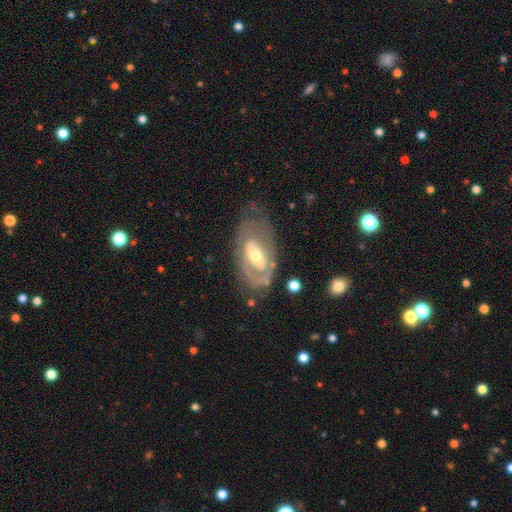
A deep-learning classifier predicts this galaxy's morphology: smooth-or-featured: featured or disk: 78% | smooth: 16% | star or artifact: 5%
  disk-edge-on: no: 93% | yes: 7%
    bar: no: 46% | weak: 35% | strong: 20%
    has-spiral-arms: yes: 69% | no: 31%
      spiral-winding: tight: 58% | medium: 30% | loose: 12%
      spiral-arm-count: 2: 37% | can't tell: 32% | 1: 24% | 3: 4% | 4: 2% | more than 4: 2%
    bulge-size: moderate: 58% | small: 33% | large: 7% | none: 1% | dominant: 1%
  merging: none: 58% | minor disturbance: 23% | major disturbance: 17% | merger: 2%